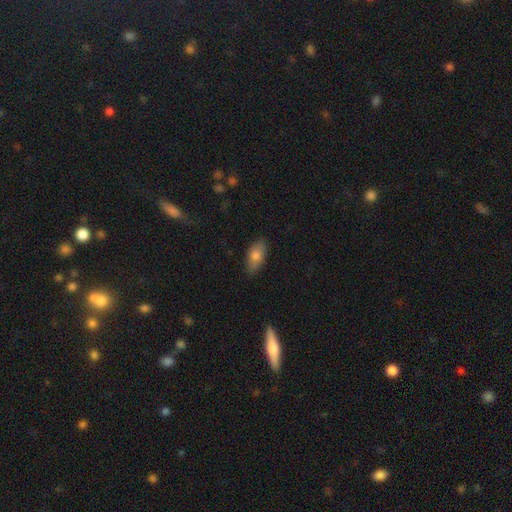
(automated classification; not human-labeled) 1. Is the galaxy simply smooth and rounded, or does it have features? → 77% smooth, 16% featured or disk, 7% star or artifact.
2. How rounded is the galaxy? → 90% in between, 7% cigar-shaped, 4% round.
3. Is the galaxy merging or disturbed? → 83% none, 14% minor disturbance, 2% major disturbance, 1% merger.